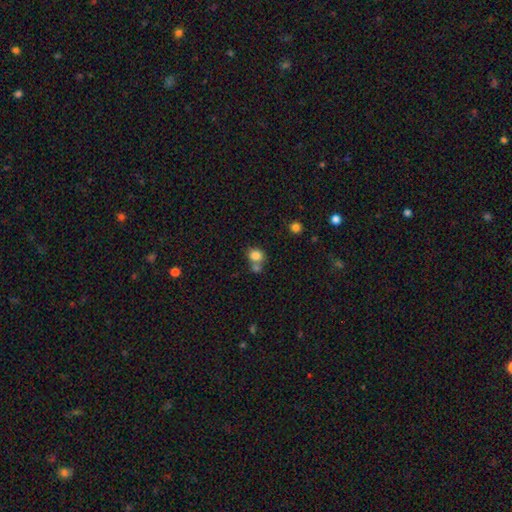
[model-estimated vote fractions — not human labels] Overall: smooth (81%). How rounded: round (66%; in between 33%). Merging: none (47%; merger 38%).